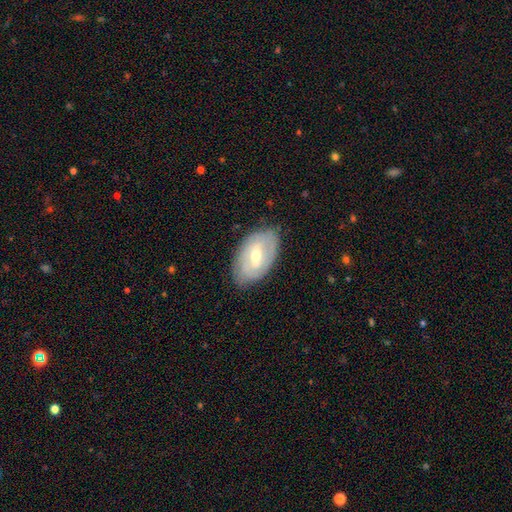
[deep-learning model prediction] smooth_or_featured: featured or disk (p=0.68) [alt: smooth p=0.26]
disk_edge_on: no (p=0.93) [alt: yes p=0.07]
bar: weak (p=0.52) [alt: strong p=0.25]
has_spiral_arms: yes (p=0.72) [alt: no p=0.28]
bulge_size: moderate (p=0.60) [alt: small p=0.35]
merging: none (p=0.80) [alt: minor disturbance p=0.16]